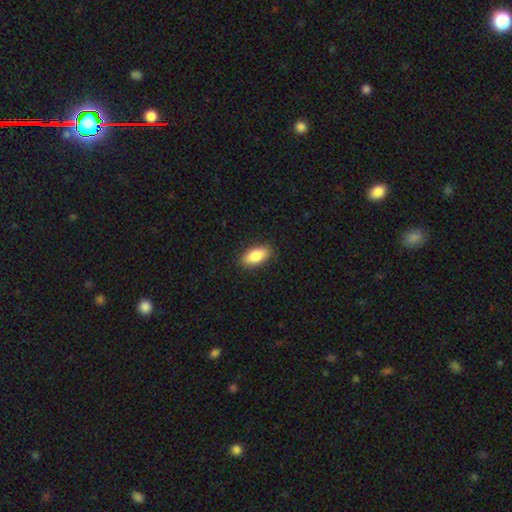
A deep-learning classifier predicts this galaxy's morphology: Smooth or featured? Predicted: smooth (p=0.85). How rounded? Predicted: in between (p=0.90). Merging? Predicted: none (p=0.89).